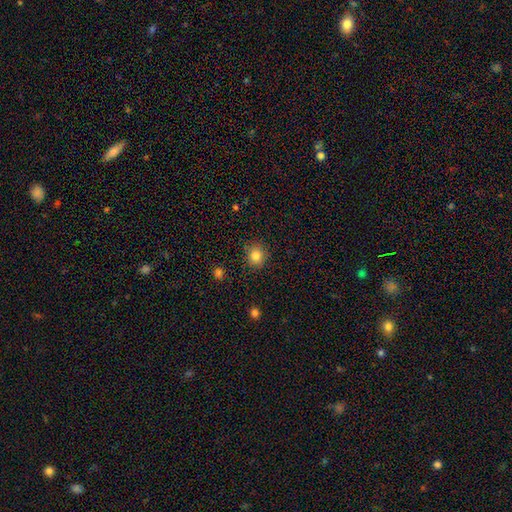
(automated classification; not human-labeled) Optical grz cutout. It shows a smooth galaxy with no disk features (84%) that is round (84%). Merging: none (87%).